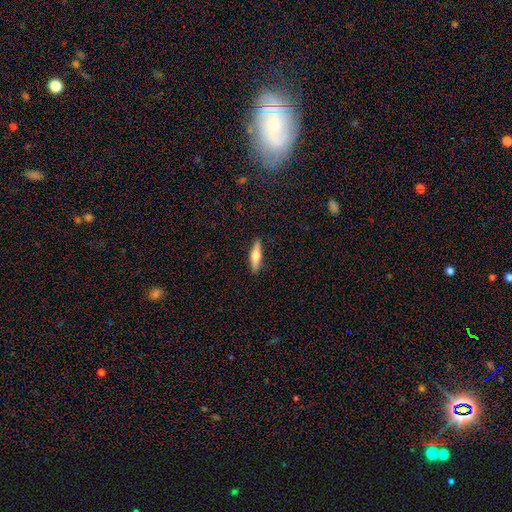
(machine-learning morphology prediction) smooth_or_featured: smooth (p=0.51) [alt: featured or disk p=0.43]
how_rounded: cigar-shaped (p=0.73) [alt: in between p=0.25]
merging: none (p=0.90) [alt: minor disturbance p=0.08]